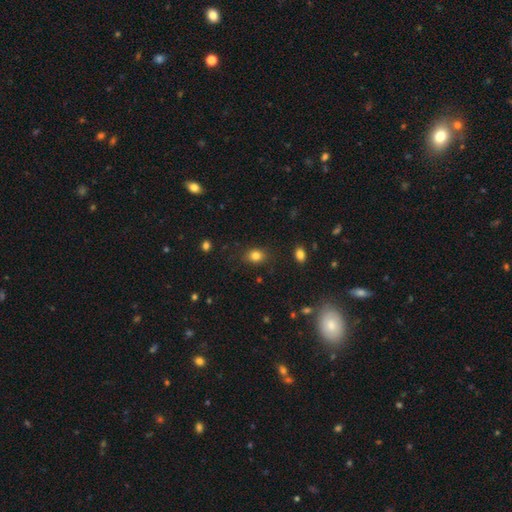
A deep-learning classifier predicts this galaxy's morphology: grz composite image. It shows a smooth galaxy with no disk features (82%) that is in between round and cigar-shaped (55%). Merging: none (83%).